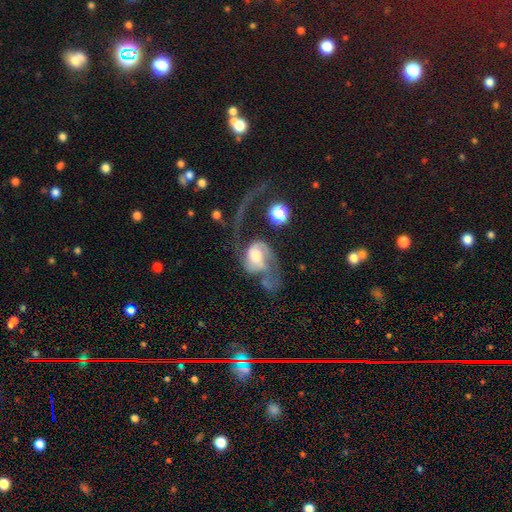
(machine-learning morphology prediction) Overall: featured or disk (75%). Edge-on disk: no (97%). Bar: no (62%; weak 31%). Spiral arms: yes (88%). Spiral arm count: 2 (61%). Spiral winding: loose (56%; medium 33%). Bulge size: moderate (45%; large 31%). Merging: major disturbance (55%; none 21%).